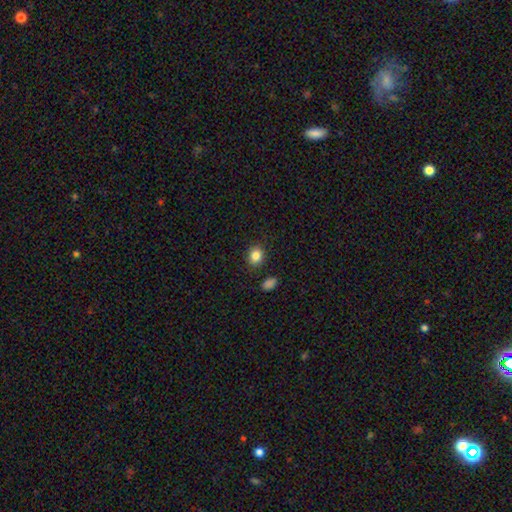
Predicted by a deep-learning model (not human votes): The model was most divided on "how rounded": round: 57%, in between: 42%, cigar-shaped: 1%. More confident: merging — none (87%); smooth or featured — smooth (85%).